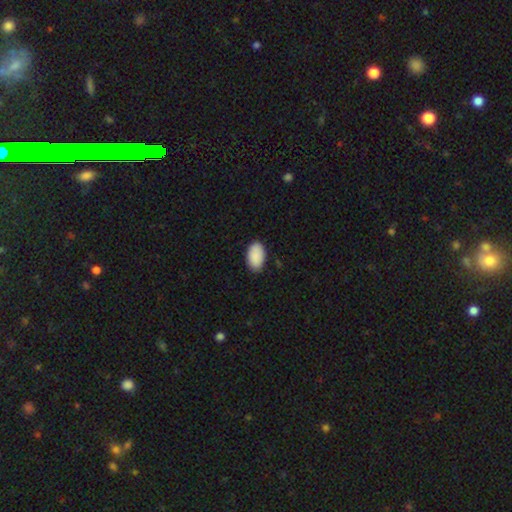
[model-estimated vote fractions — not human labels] Morphology: type=smooth (91%); roundness=in between (95%); merging=none (86%).